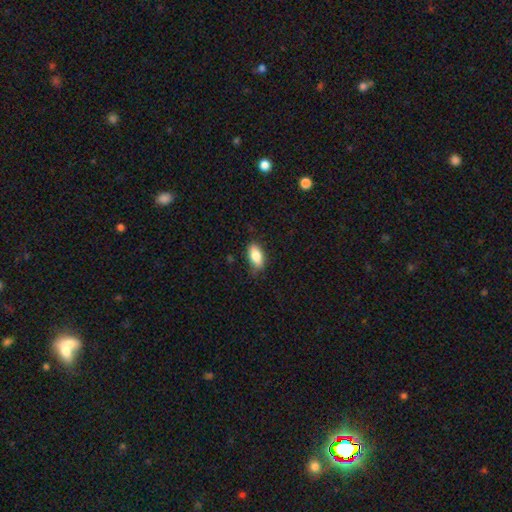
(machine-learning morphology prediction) This is clearly a smooth galaxy (82%). How rounded: clearly in between (87%). Merging: likely none (75%).